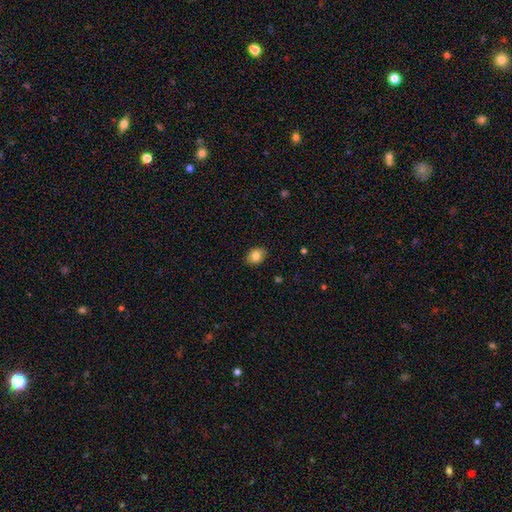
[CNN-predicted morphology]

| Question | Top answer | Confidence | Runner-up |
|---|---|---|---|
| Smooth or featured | smooth | 84% | star or artifact (9%) |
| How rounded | in between | 62% | round (37%) |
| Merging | none | 87% | minor disturbance (10%) |